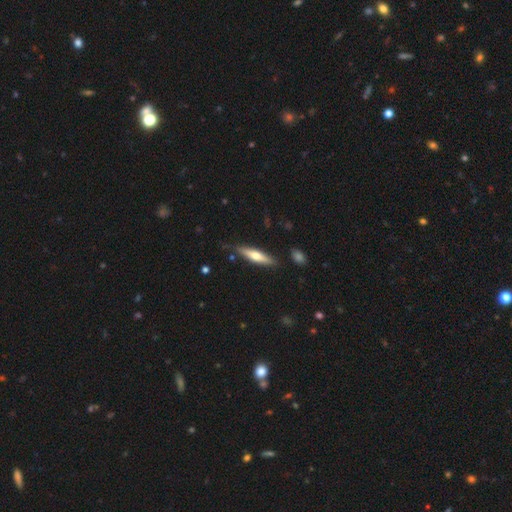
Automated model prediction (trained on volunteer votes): smooth 49%, featured or disk 45%, star or artifact 5%. Down the decision tree: merging — none (84%).